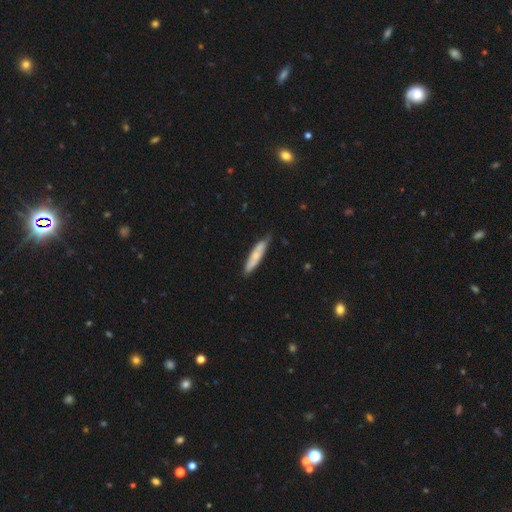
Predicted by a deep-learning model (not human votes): Smooth or featured?
  - smooth: 59% *
  - featured or disk: 35%
  - star or artifact: 6%
How rounded?
  - cigar-shaped: 82% *
  - in between: 16%
  - round: 2%
Merging?
  - none: 75% *
  - minor disturbance: 21%
  - major disturbance: 3%
  - merger: 2%